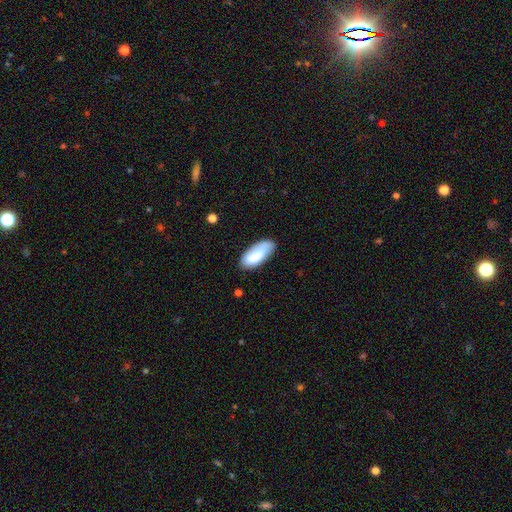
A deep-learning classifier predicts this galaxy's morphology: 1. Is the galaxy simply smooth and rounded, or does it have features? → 80% smooth, 14% featured or disk, 6% star or artifact.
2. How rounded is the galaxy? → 86% in between, 13% cigar-shaped, 2% round.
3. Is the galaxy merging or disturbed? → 69% none, 23% minor disturbance, 6% major disturbance, 3% merger.